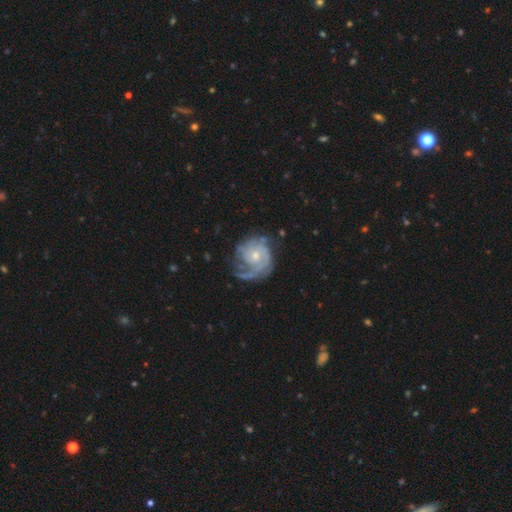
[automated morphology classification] A featured or disk galaxy (84%) with no bar (75%), tight (57%) spiral arms (93%) and a small central bulge (53%). Merging: none (58%).